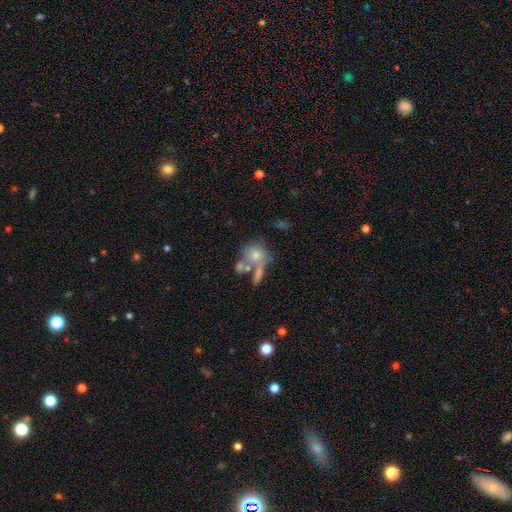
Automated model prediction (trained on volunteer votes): A smooth galaxy with no disk features (69%) that is round (75%). Merging: none (42%).